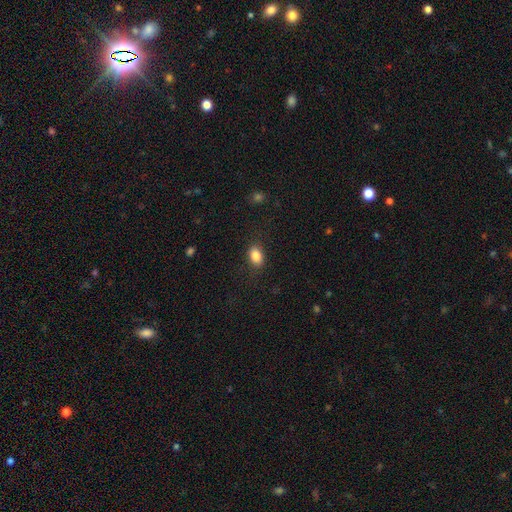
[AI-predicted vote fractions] A smooth galaxy with no disk features (85%) that is in between round and cigar-shaped (82%).

Vote fractions:
- Smooth or featured? smooth: 85% / star or artifact: 9% / featured or disk: 6%
- How rounded? in between: 82% / round: 16% / cigar-shaped: 2%
- Merging? none: 84% / minor disturbance: 11% / major disturbance: 4% / merger: 1%